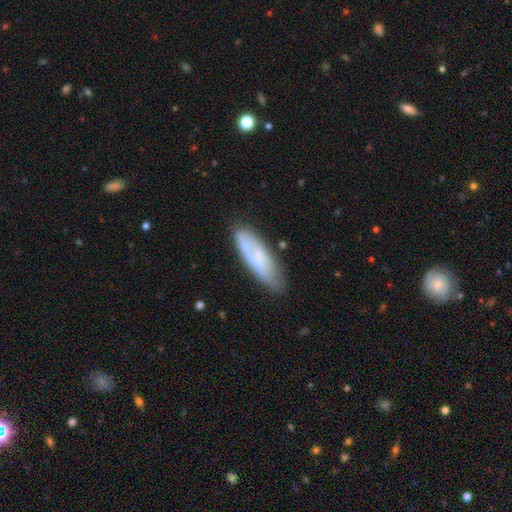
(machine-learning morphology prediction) The model was most divided on "how rounded": cigar-shaped: 50%, in between: 48%, round: 2%. More confident: merging — none (74%); smooth or featured — smooth (62%).